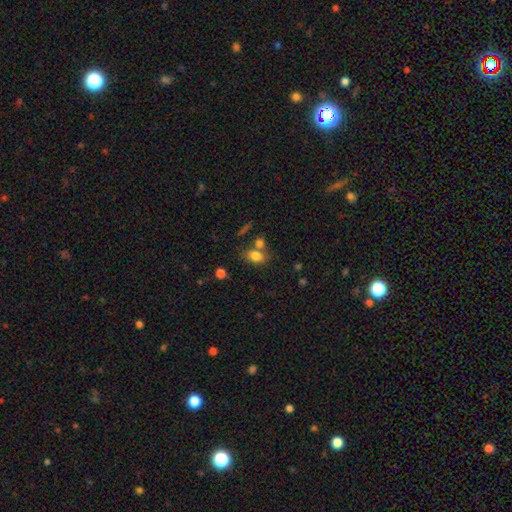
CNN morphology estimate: The model was most divided on "merging": none: 55%, merger: 26%, minor disturbance: 14%, major disturbance: 5%. More confident: how rounded — in between (85%); smooth or featured — smooth (80%).